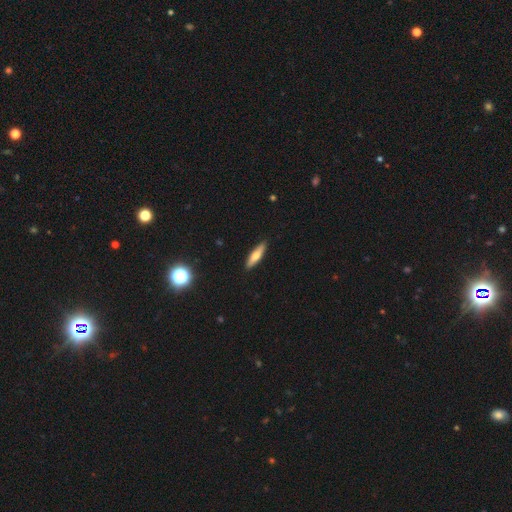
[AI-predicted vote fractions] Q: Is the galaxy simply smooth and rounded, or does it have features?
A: smooth — 63%.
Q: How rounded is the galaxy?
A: cigar-shaped — 69%.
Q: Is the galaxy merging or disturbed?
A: none — 90%.